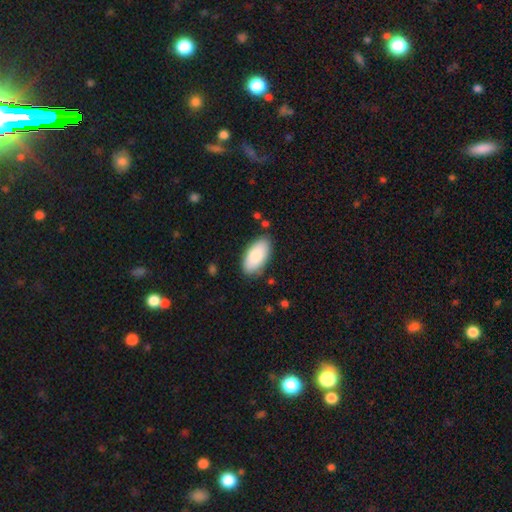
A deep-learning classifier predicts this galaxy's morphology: smooth-or-featured: smooth: 84% | featured or disk: 10% | star or artifact: 6%
  how-rounded: in between: 94% | cigar-shaped: 4% | round: 2%
  merging: none: 83% | minor disturbance: 12% | major disturbance: 3% | merger: 2%